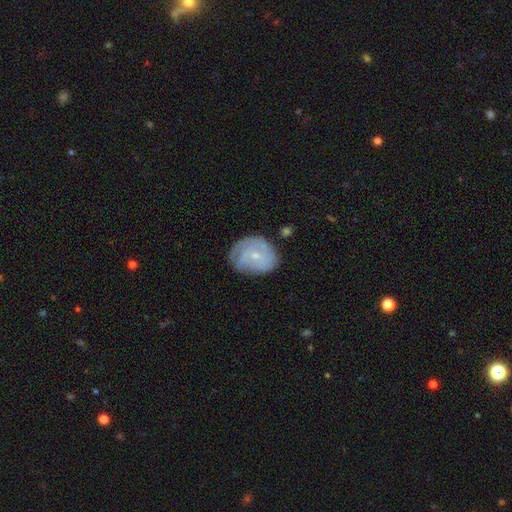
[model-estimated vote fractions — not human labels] smooth-or-featured: featured or disk: 57% | smooth: 35% | star or artifact: 7%
  disk-edge-on: no: 97% | yes: 3%
    bar: no: 75% | weak: 21% | strong: 3%
    has-spiral-arms: yes: 72% | no: 28%
    bulge-size: small: 70% | moderate: 26% | none: 2% | large: 1% | dominant: 1%
  merging: none: 63% | minor disturbance: 26% | major disturbance: 9% | merger: 2%